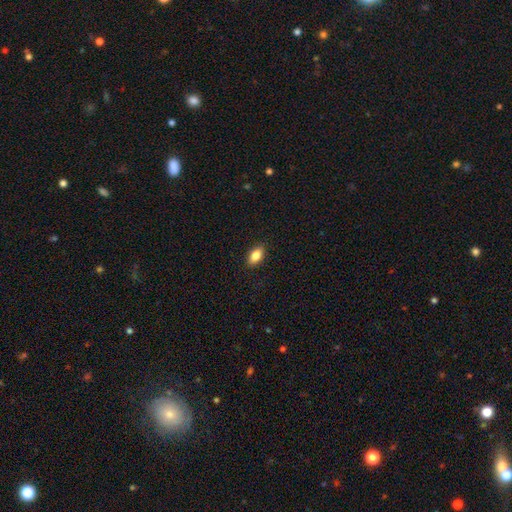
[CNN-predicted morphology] smooth 87%, star or artifact 8%, featured or disk 6%. Down the decision tree: how rounded — in between (91%); merging — none (89%).